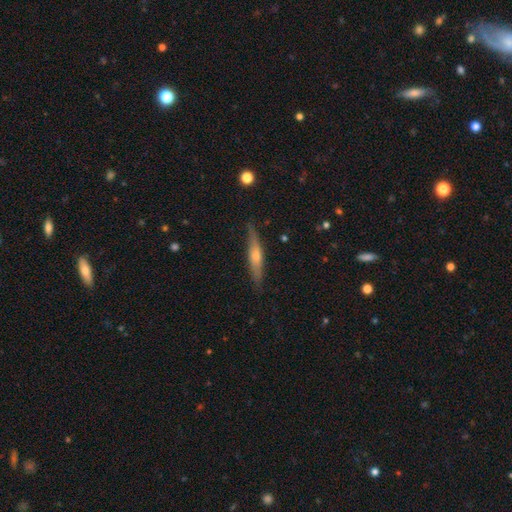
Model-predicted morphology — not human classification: This is possibly a featured or disk galaxy (58%). It is clearly viewed edge-on (93%). Edge-on bulge: likely rounded (77%). Merging: clearly none (84%).